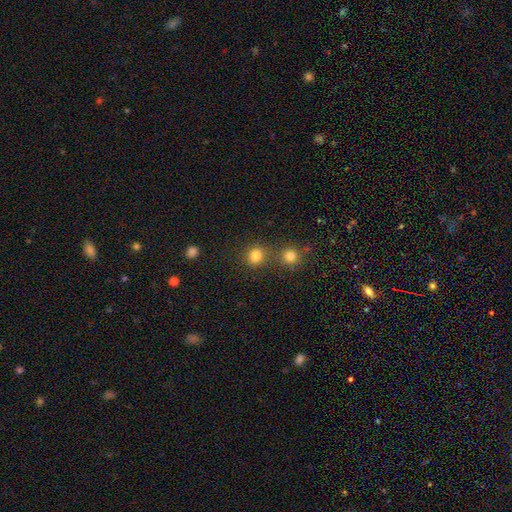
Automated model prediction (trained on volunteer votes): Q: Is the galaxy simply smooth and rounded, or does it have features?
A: smooth — 81%.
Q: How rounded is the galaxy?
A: round — 84%.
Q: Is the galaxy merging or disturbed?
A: none — 69%.